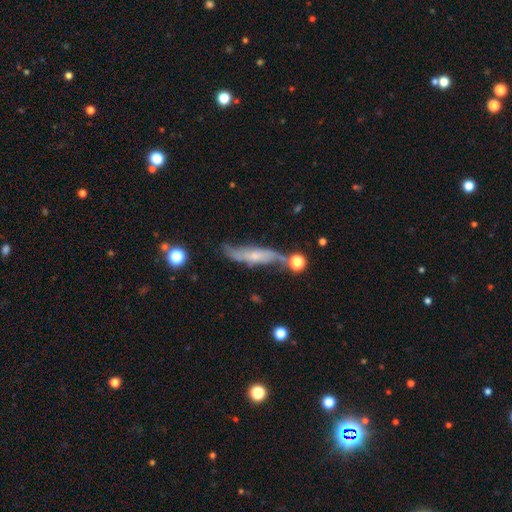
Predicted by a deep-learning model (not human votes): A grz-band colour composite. It shows a featured or disk galaxy (67%). Merging: none (50%).